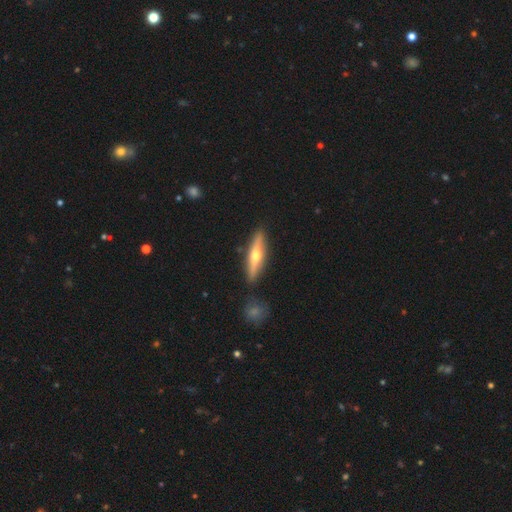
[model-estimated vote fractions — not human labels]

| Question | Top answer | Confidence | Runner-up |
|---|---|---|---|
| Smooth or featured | featured or disk | 60% | smooth (34%) |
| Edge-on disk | yes | 93% | no (7%) |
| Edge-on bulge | rounded | 93% | none (4%) |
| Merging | none | 85% | minor disturbance (9%) |